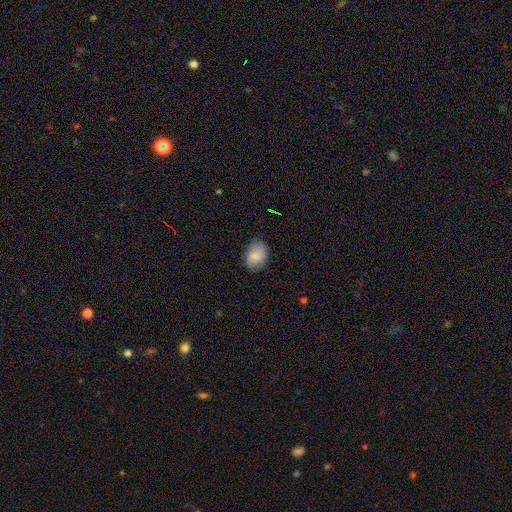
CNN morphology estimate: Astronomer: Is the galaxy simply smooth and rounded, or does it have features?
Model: smooth — 84%.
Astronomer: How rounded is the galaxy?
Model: in between — 76%.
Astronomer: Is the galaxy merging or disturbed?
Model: none — 82%.